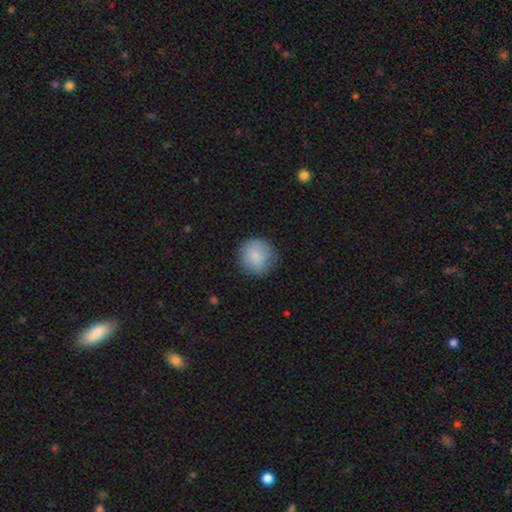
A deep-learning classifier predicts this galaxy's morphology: type=smooth (87%); roundness=round (94%); merging=none (86%).